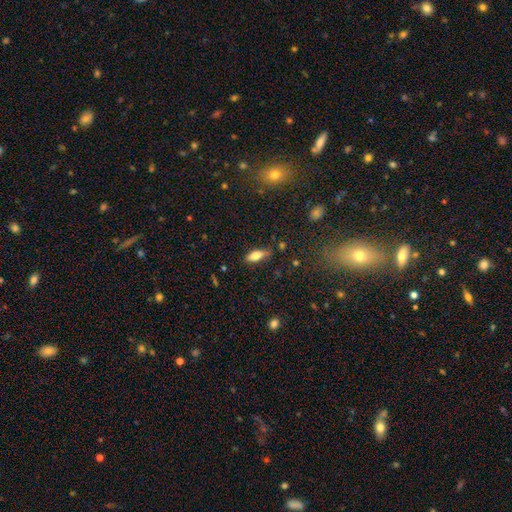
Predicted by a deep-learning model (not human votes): Smooth or featured?
  - smooth: 70% *
  - featured or disk: 22%
  - star or artifact: 8%
How rounded?
  - in between: 71% *
  - cigar-shaped: 26%
  - round: 3%
Merging?
  - none: 75% *
  - minor disturbance: 18%
  - major disturbance: 4%
  - merger: 2%